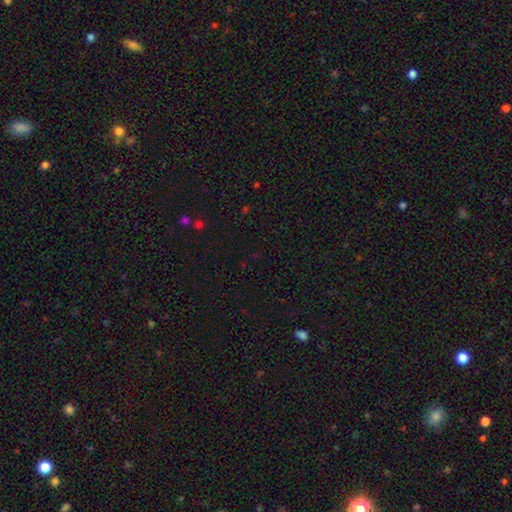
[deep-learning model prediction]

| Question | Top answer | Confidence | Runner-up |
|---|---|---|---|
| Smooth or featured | star or artifact | 66% | smooth (27%) |